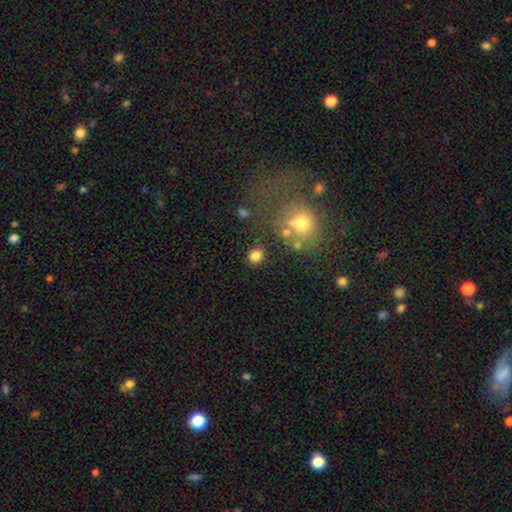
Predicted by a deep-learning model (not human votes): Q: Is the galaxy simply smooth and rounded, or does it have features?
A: smooth — 81%.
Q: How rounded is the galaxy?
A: round — 75%.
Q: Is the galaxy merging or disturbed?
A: none — 84%.